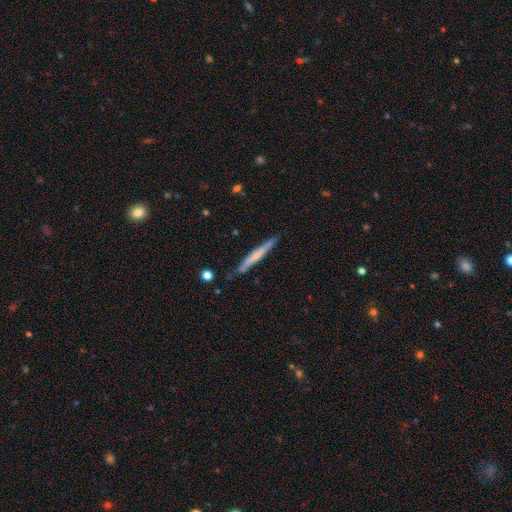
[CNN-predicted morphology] This appears to be a smooth galaxy with no disk features (48%). Merging: none (84%).